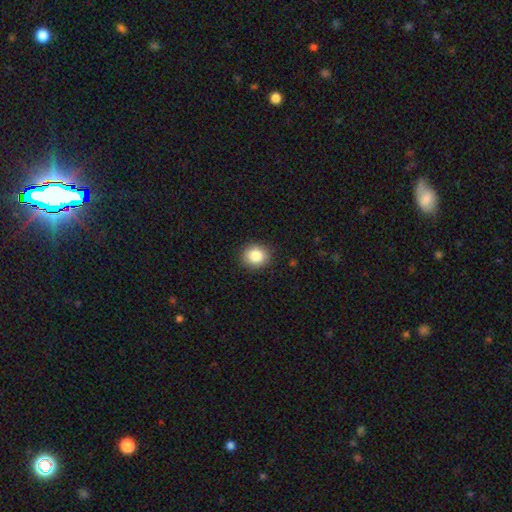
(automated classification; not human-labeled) Smooth or featured? Predicted: smooth (p=0.85). How rounded? Predicted: round (p=0.79). Merging? Predicted: none (p=0.89).